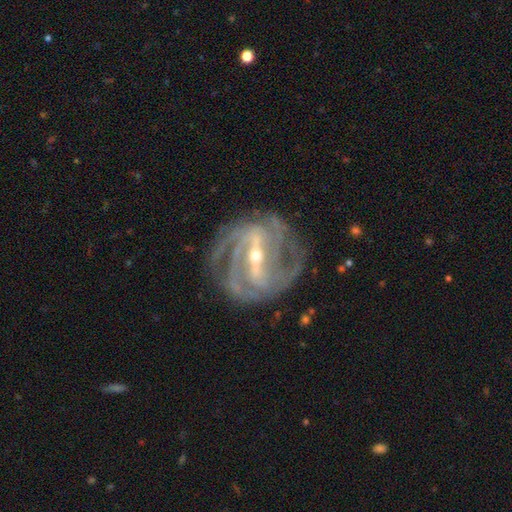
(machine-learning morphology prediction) The model was most divided on "spiral arm count": 3: 26%, 2: 25%, 4: 20%, can't tell: 17%, more than 4: 7%, 1: 6%. More confident: spiral arms — yes (97%); edge-on disk — no (95%); smooth or featured — featured or disk (91%); merging — none (76%); bar — strong (74%); bulge size — small (58%); spiral winding — tight (54%).